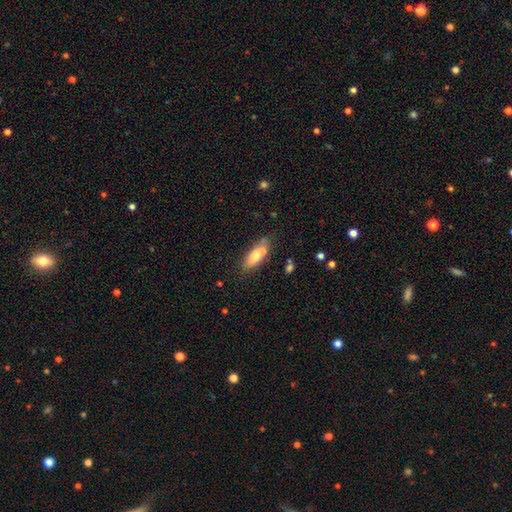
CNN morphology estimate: A smooth galaxy with no disk features (70%) that is in between round and cigar-shaped (61%).

Vote fractions:
- Smooth or featured? smooth: 70% / featured or disk: 23% / star or artifact: 7%
- How rounded? in between: 61% / cigar-shaped: 36% / round: 3%
- Merging? none: 60% / minor disturbance: 19% / merger: 16% / major disturbance: 5%